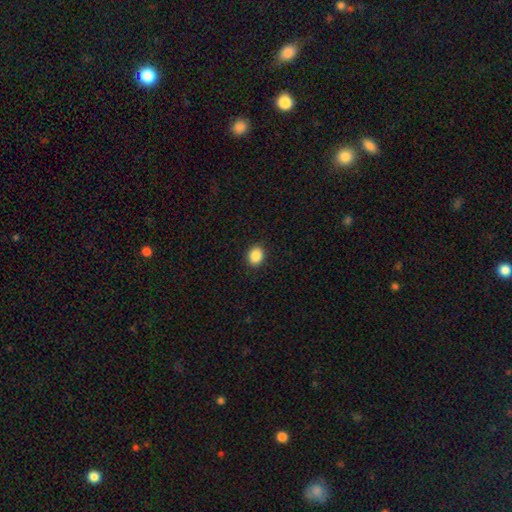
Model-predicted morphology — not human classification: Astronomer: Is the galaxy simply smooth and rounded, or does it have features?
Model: smooth — 88%.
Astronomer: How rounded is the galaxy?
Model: round — 57% (runner-up: in between, 43%).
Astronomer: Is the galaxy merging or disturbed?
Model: none — 90%.